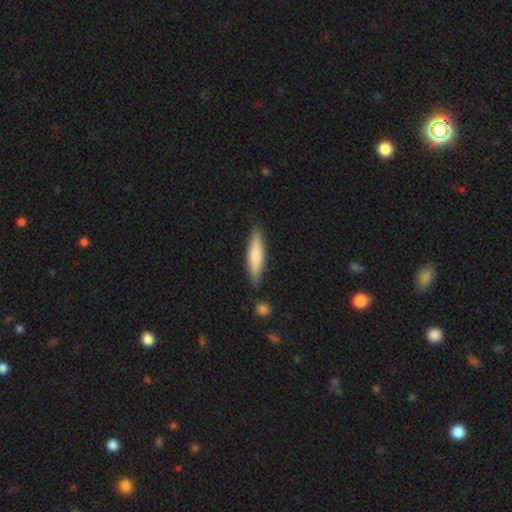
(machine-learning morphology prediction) smooth_or_featured: smooth (p=0.73) [alt: featured or disk p=0.22]
how_rounded: cigar-shaped (p=0.78) [alt: in between p=0.21]
merging: none (p=0.85) [alt: minor disturbance p=0.11]